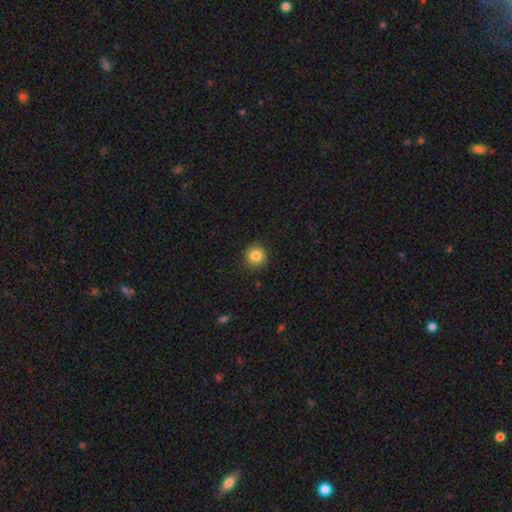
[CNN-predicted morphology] Smooth or featured?
  - smooth: 84% *
  - star or artifact: 10%
  - featured or disk: 6%
How rounded?
  - round: 94% *
  - in between: 5%
  - cigar-shaped: 1%
Merging?
  - none: 91% *
  - minor disturbance: 7%
  - major disturbance: 2%
  - merger: 1%